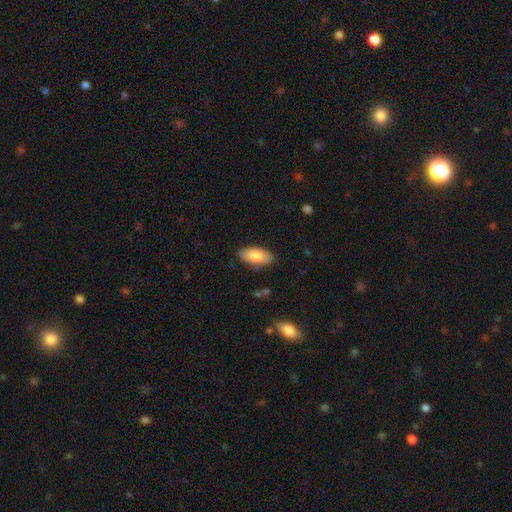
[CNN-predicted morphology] smooth 82%, featured or disk 12%, star or artifact 6%. Down the decision tree: how rounded — in between (90%); merging — none (85%).